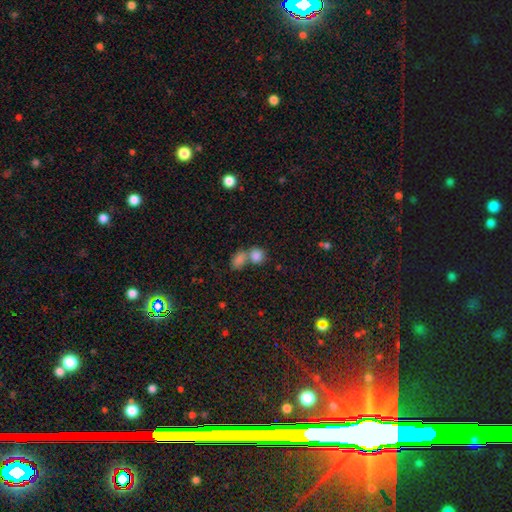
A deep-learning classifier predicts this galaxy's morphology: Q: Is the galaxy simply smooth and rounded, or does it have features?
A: smooth — 83%.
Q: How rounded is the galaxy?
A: round — 64%.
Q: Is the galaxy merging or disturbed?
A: merger — 57%.